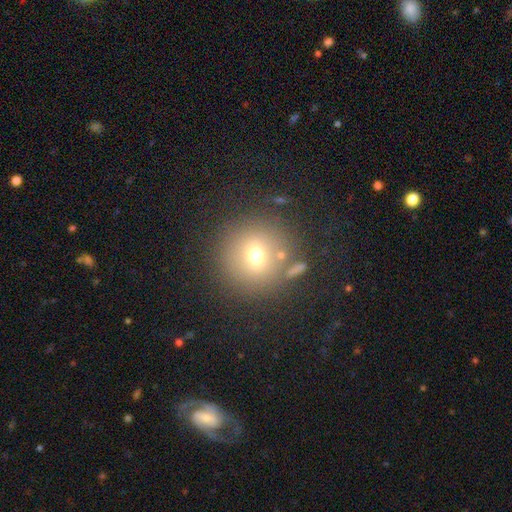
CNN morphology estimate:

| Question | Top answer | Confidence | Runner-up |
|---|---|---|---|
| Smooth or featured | smooth | 67% | star or artifact (17%) |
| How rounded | round | 93% | in between (6%) |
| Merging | none | 80% | minor disturbance (9%) |